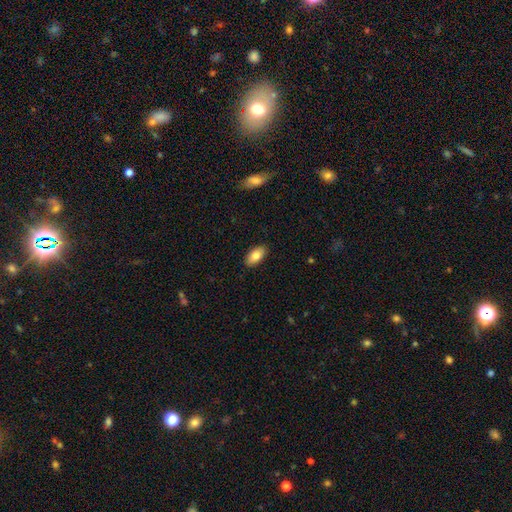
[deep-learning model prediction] Smooth or featured? Predicted: smooth (p=0.81). How rounded? Predicted: in between (p=0.93). Merging? Predicted: none (p=0.89).